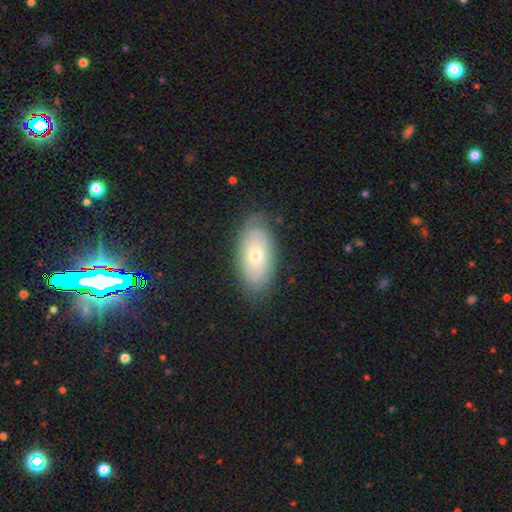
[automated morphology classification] A featured or disk galaxy (50%).

Vote fractions:
- Smooth or featured? featured or disk: 50% / smooth: 41% / star or artifact: 8%
- Edge-on disk? no: 87% / yes: 13%
- Merging? none: 79% / minor disturbance: 16% / major disturbance: 4% / merger: 1%